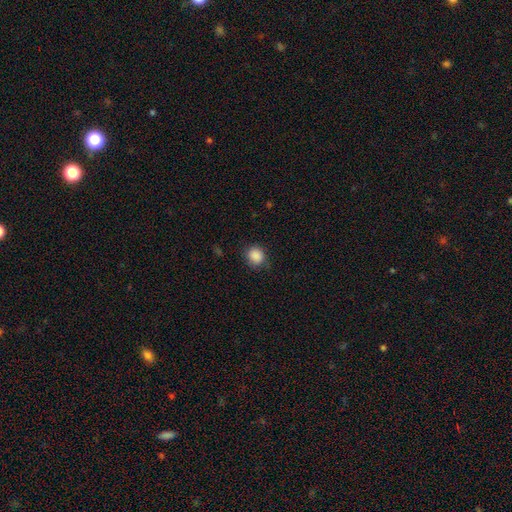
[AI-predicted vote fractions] Morphology: type=smooth (88%); roundness=round (80%); merging=none (80%).